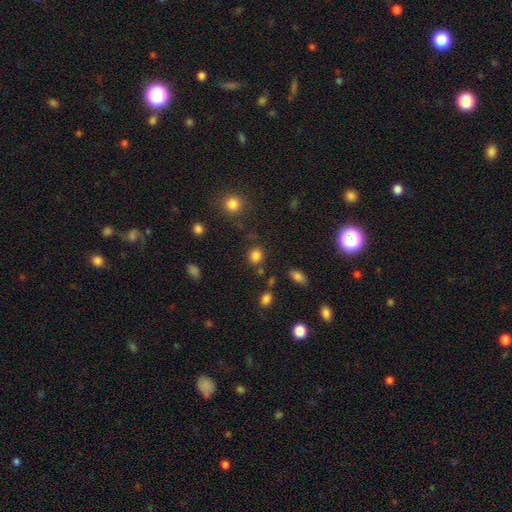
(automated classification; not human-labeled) A smooth galaxy with no disk features (83%) that is round (81%). Merging: none (81%).